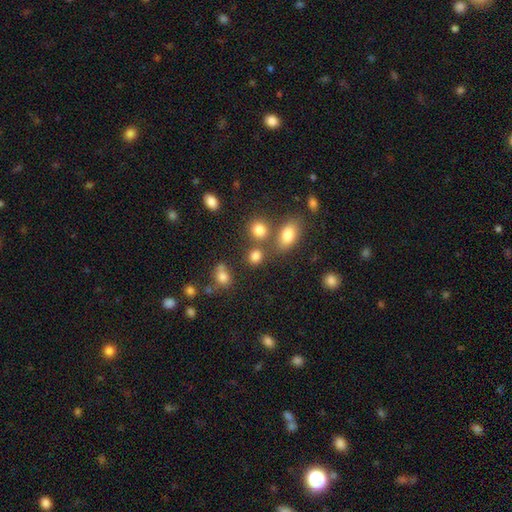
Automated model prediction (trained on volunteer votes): Smooth or featured? Predicted: smooth (p=0.74). How rounded? Predicted: round (p=0.65). Merging? Predicted: none (p=0.63).